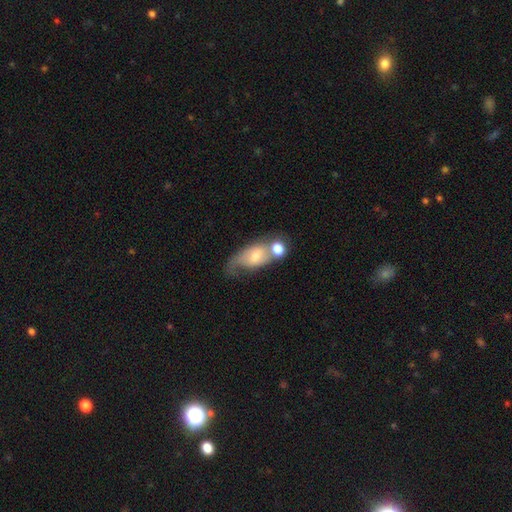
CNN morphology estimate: A smooth galaxy with no disk features (51%) that is in between round and cigar-shaped (79%).

Vote fractions:
- Smooth or featured? smooth: 51% / featured or disk: 40% / star or artifact: 9%
- How rounded? in between: 79% / round: 14% / cigar-shaped: 7%
- Merging? merger: 44% / none: 25% / major disturbance: 16% / minor disturbance: 15%